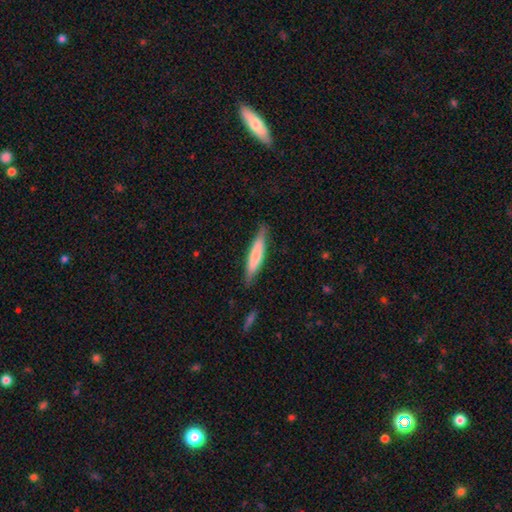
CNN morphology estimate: A smooth galaxy with no disk features (71%) that is cigar-shaped (87%). Merging: none (84%).